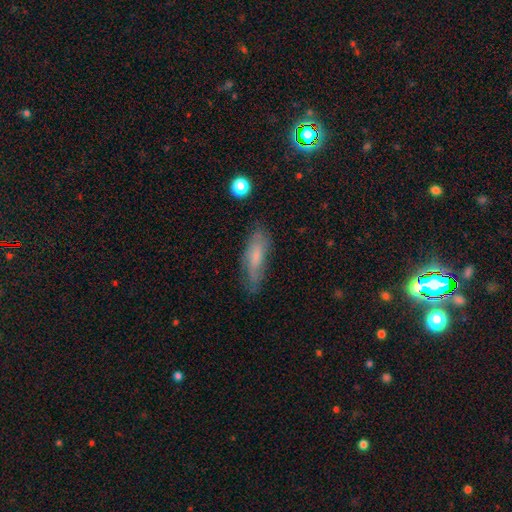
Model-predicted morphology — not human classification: smooth 57%, featured or disk 34%, star or artifact 8%. Down the decision tree: how rounded — in between (52%); merging — none (70%).